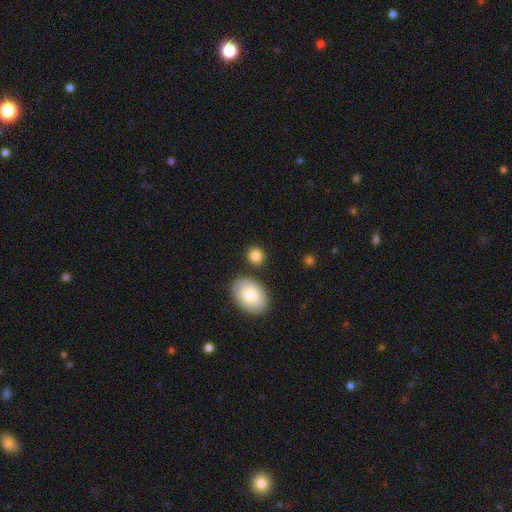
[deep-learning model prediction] smooth_or_featured: smooth (p=0.85) [alt: star or artifact p=0.08]
how_rounded: round (p=0.68) [alt: in between p=0.31]
merging: none (p=0.79) [alt: minor disturbance p=0.10]